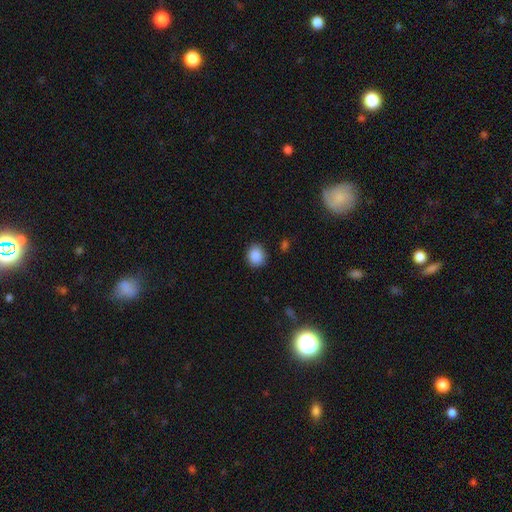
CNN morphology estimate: smooth 88%, star or artifact 8%, featured or disk 3%. Down the decision tree: how rounded — round (76%); merging — none (87%).